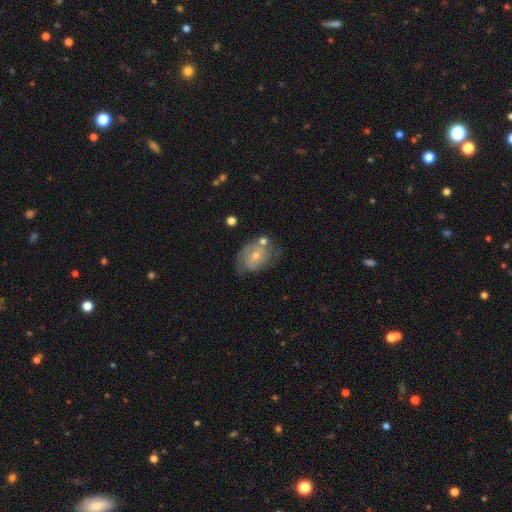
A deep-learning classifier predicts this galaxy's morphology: smooth-or-featured: featured or disk: 63% | smooth: 30% | star or artifact: 7%
  disk-edge-on: no: 96% | yes: 4%
    bar: no: 68% | weak: 27% | strong: 5%
    has-spiral-arms: yes: 80% | no: 20%
    bulge-size: small: 60% | moderate: 36% | none: 2% | large: 2% | dominant: 1%
  merging: none: 52% | minor disturbance: 25% | major disturbance: 12% | merger: 11%